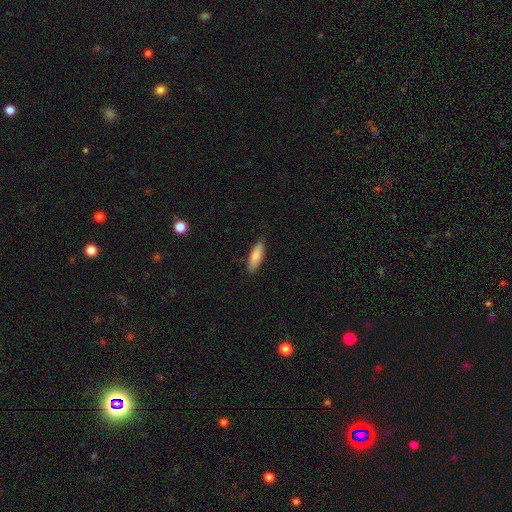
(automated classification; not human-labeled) Smooth or featured? Predicted: smooth (p=0.82). How rounded? Predicted: in between (p=0.57). Merging? Predicted: none (p=0.86).